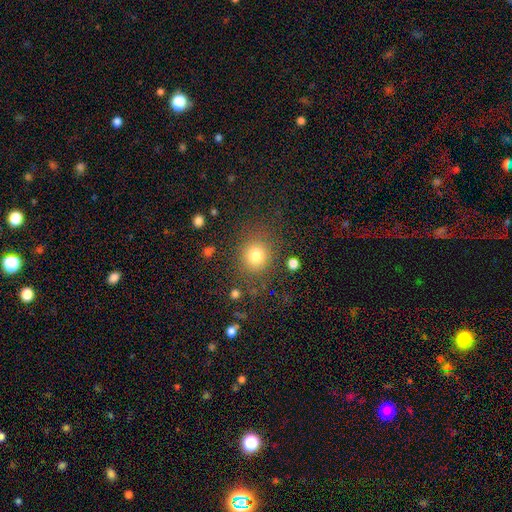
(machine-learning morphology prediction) This is likely a smooth galaxy (80%). How rounded: clearly round (82%). Merging: clearly none (80%).